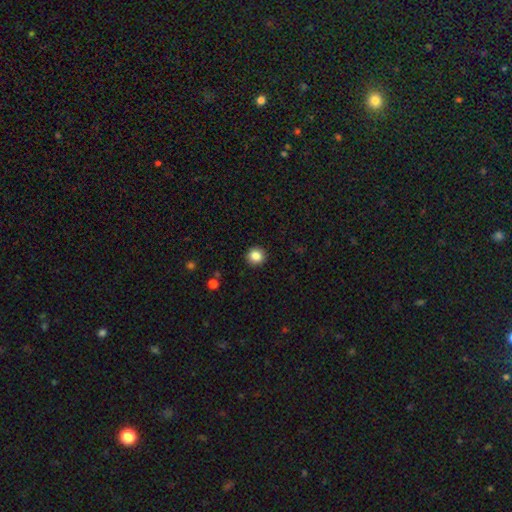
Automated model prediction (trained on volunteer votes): Smooth or featured: smooth — 85% (star or artifact — 10%)
How rounded: round — 92% (in between — 7%)
Merging: none — 92% (minor disturbance — 5%)